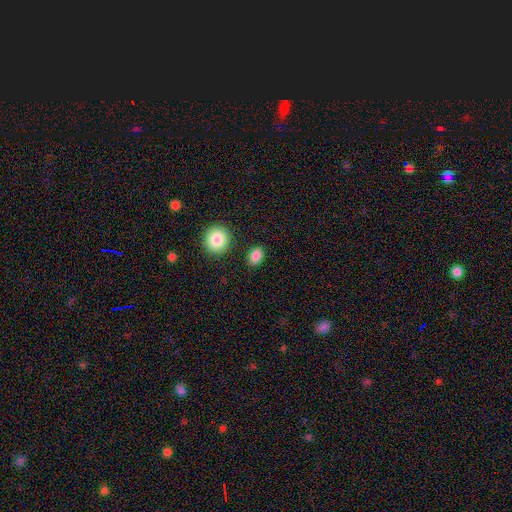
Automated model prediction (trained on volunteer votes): Morphology: type=smooth (87%); roundness=in between (74%); merging=none (85%).